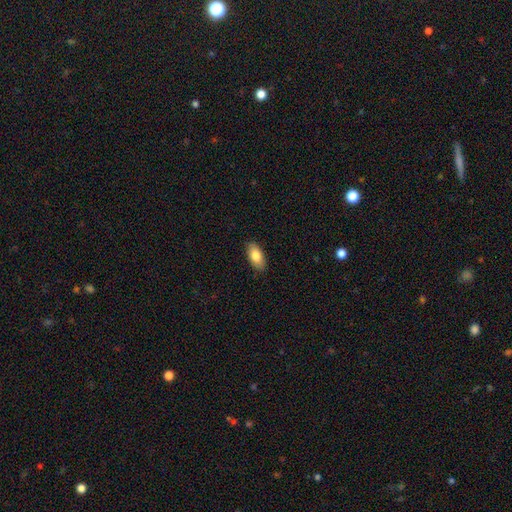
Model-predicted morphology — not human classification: Overall: smooth (82%). How rounded: in between (90%). Merging: none (88%).